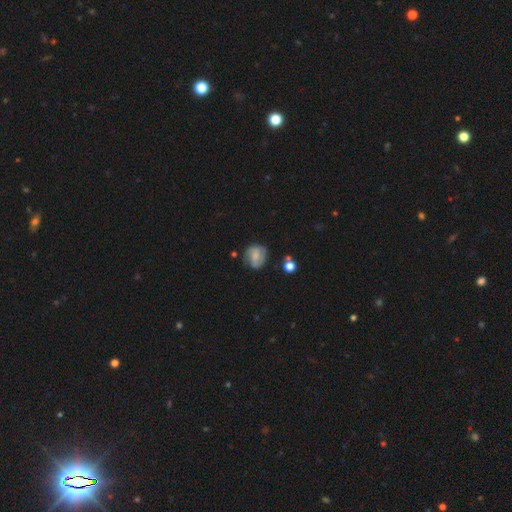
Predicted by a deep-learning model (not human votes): smooth-or-featured: featured or disk: 51% | smooth: 41% | star or artifact: 9%
  disk-edge-on: no: 97% | yes: 3%
  merging: none: 69% | minor disturbance: 20% | major disturbance: 7% | merger: 4%